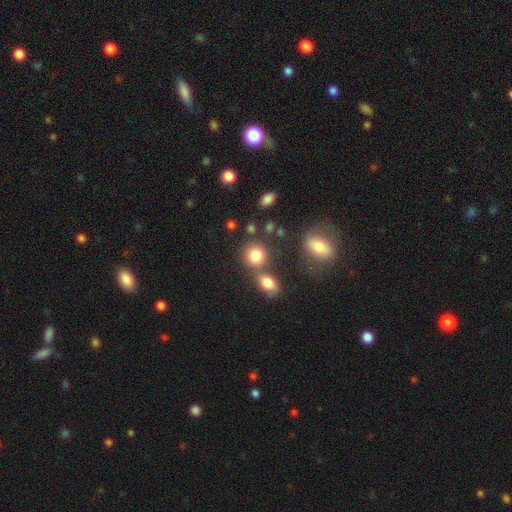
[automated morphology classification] Smooth or featured?
  - smooth: 81% *
  - star or artifact: 11%
  - featured or disk: 7%
How rounded?
  - round: 79% *
  - in between: 20%
  - cigar-shaped: 1%
Merging?
  - none: 57% *
  - merger: 28%
  - minor disturbance: 10%
  - major disturbance: 5%